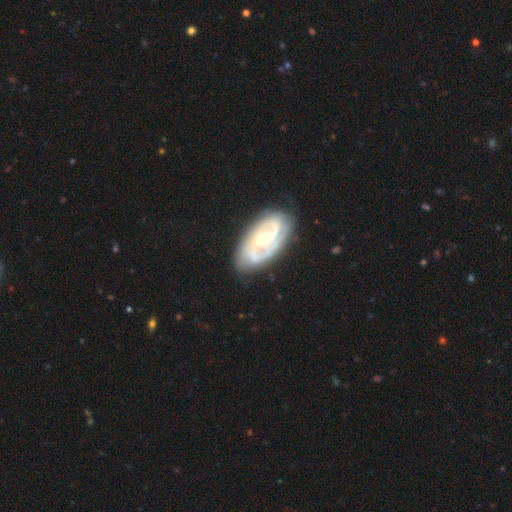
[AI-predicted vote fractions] smooth_or_featured: featured or disk (p=0.83) [alt: smooth p=0.12]
disk_edge_on: no (p=0.95) [alt: yes p=0.05]
bar: weak (p=0.45) [alt: no p=0.30]
has_spiral_arms: yes (p=0.90) [alt: no p=0.10]
spiral_winding: medium (p=0.47) [alt: tight p=0.37]
spiral_arm_count: 2 (p=0.76) [alt: can't tell p=0.12]
bulge_size: moderate (p=0.60) [alt: small p=0.34]
merging: none (p=0.77) [alt: minor disturbance p=0.16]